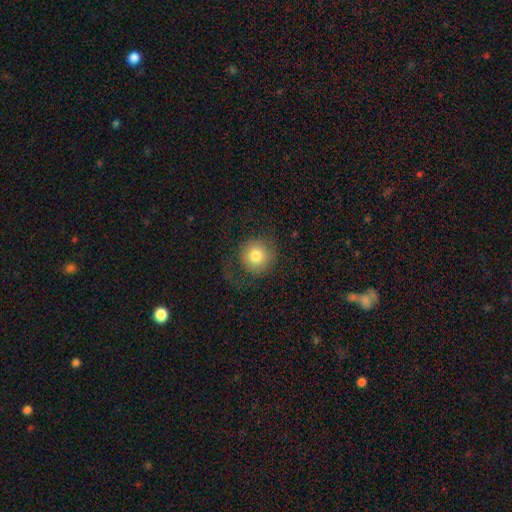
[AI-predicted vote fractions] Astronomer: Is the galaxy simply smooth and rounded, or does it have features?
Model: smooth — 72%.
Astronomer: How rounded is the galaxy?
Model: round — 92%.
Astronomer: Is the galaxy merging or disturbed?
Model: none — 63%.